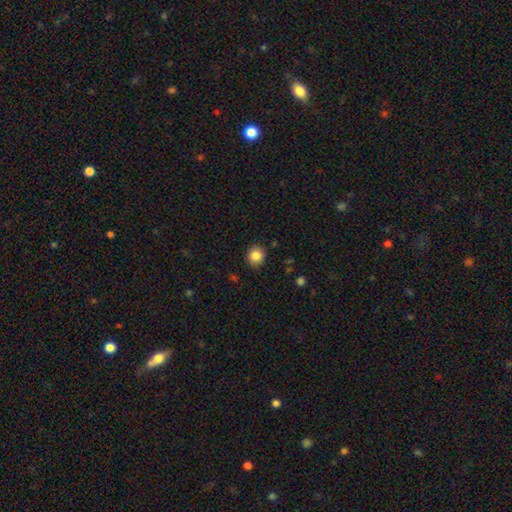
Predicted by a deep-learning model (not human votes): smooth 84%, star or artifact 10%, featured or disk 6%. Down the decision tree: how rounded — round (84%); merging — none (89%).